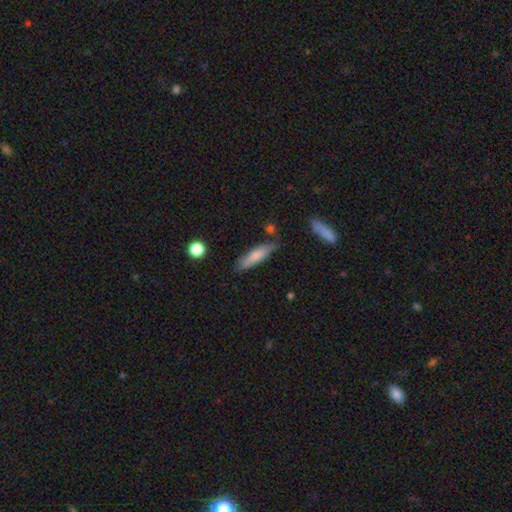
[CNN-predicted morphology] This appears to be a smooth galaxy with no disk features (77%) that is cigar-shaped (66%). Merging: none (75%).